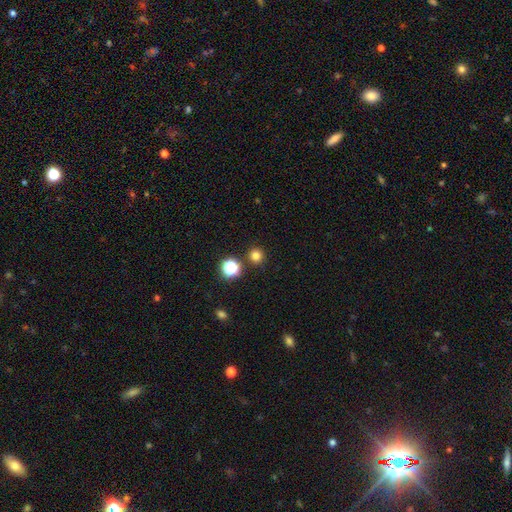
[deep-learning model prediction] A smooth galaxy with no disk features (78%) that is round (94%). Merging: none (89%).